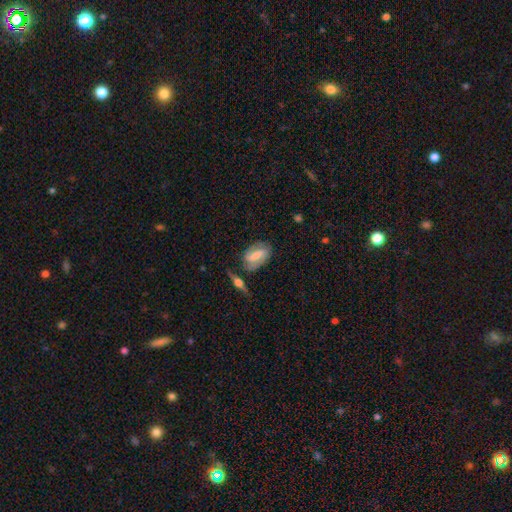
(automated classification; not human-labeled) A featured or disk galaxy (61%) with a strong bar (49%), spiral arms (80%) and a moderate central bulge (45%). Merging: none (68%).